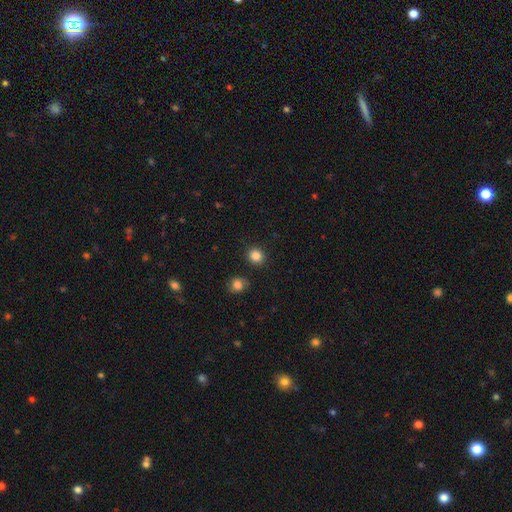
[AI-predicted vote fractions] Morphology: type=smooth (85%); roundness=round (82%); merging=none (89%).